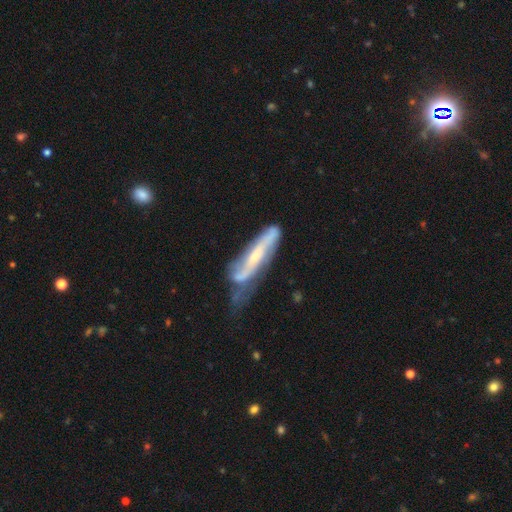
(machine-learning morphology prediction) Smooth or featured? featured or disk (71%)
Edge-on disk? no (62%)
Merging? minor disturbance (36%)